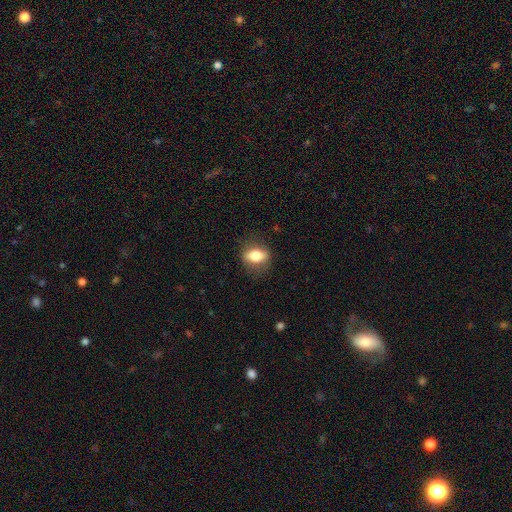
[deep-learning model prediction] Smooth or featured: smooth — 73% (featured or disk — 19%)
How rounded: in between — 75% (round — 20%)
Merging: none — 79% (minor disturbance — 14%)